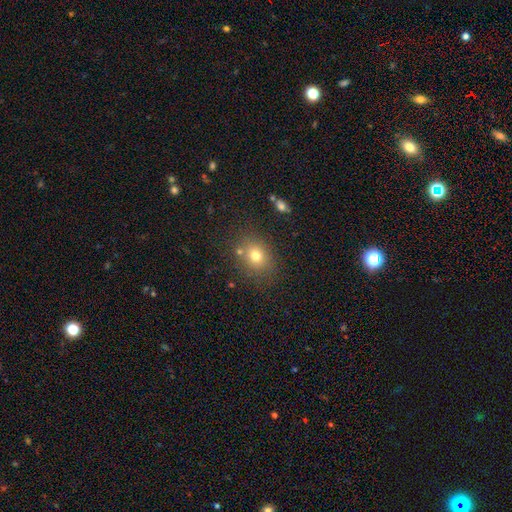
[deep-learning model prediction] Smooth or featured? Predicted: smooth (p=0.74). How rounded? Predicted: round (p=0.52). Merging? Predicted: none (p=0.77).